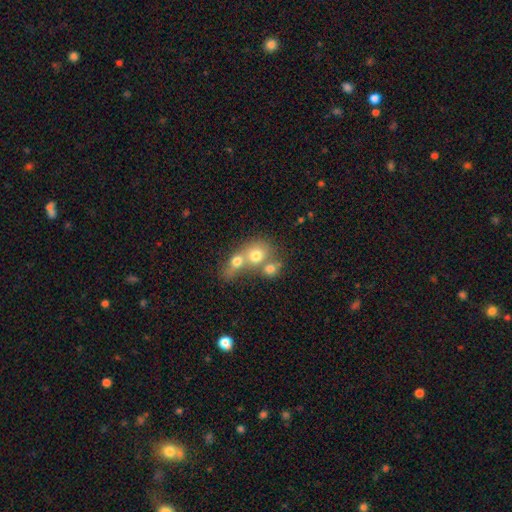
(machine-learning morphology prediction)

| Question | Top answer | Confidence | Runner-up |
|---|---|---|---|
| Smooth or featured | smooth | 69% | featured or disk (19%) |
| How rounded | round | 69% | in between (29%) |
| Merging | merger | 65% | none (25%) |